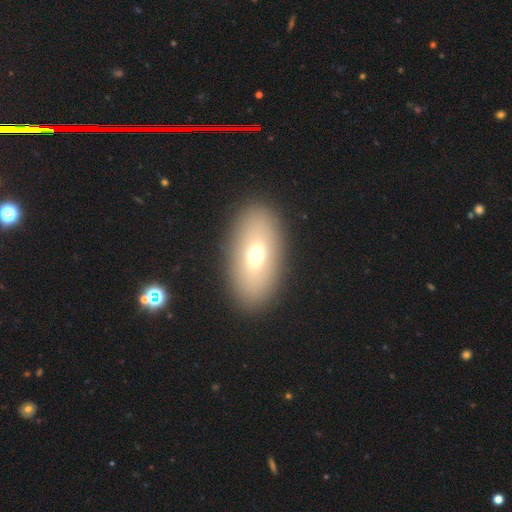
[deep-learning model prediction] smooth-or-featured: smooth: 64% | featured or disk: 25% | star or artifact: 11%
  how-rounded: in between: 88% | round: 8% | cigar-shaped: 4%
  merging: none: 88% | minor disturbance: 7% | major disturbance: 4% | merger: 1%